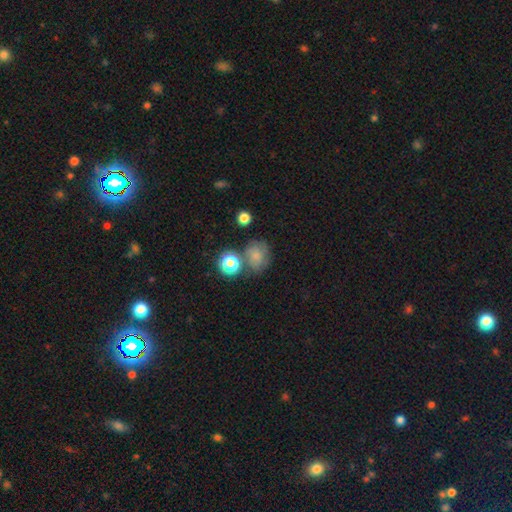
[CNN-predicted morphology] The model was most divided on "how rounded": round: 66%, in between: 33%, cigar-shaped: 1%. More confident: smooth or featured — smooth (70%); merging — none (58%).